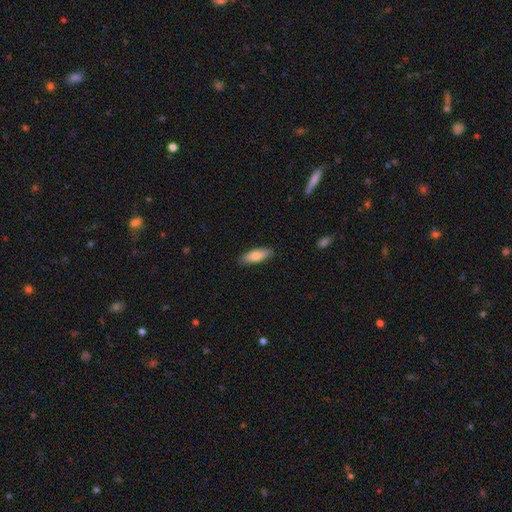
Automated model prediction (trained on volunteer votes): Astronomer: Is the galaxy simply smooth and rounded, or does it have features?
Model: smooth — 78%.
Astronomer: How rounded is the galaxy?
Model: in between — 64%.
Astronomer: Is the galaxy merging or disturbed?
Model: none — 87%.